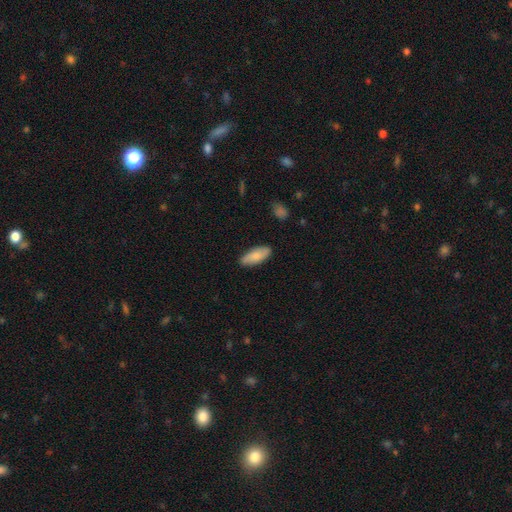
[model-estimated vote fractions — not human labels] A smooth galaxy with no disk features (80%) that is in between round and cigar-shaped (80%).

Vote fractions:
- Smooth or featured? smooth: 80% / featured or disk: 15% / star or artifact: 6%
- How rounded? in between: 80% / cigar-shaped: 18% / round: 2%
- Merging? none: 85% / minor disturbance: 12% / major disturbance: 2% / merger: 1%